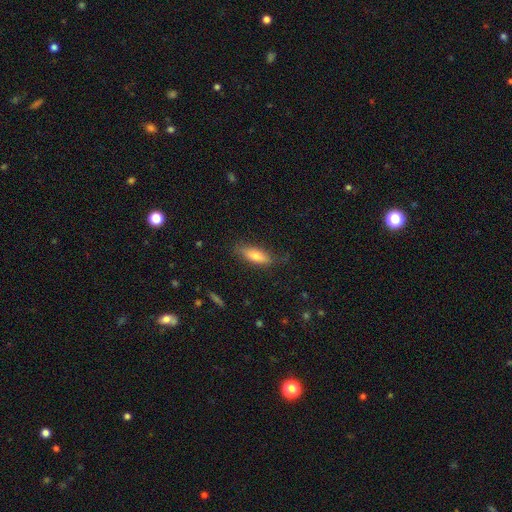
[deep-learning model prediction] Morphology: type=smooth (74%); roundness=in between (56%); merging=none (78%).